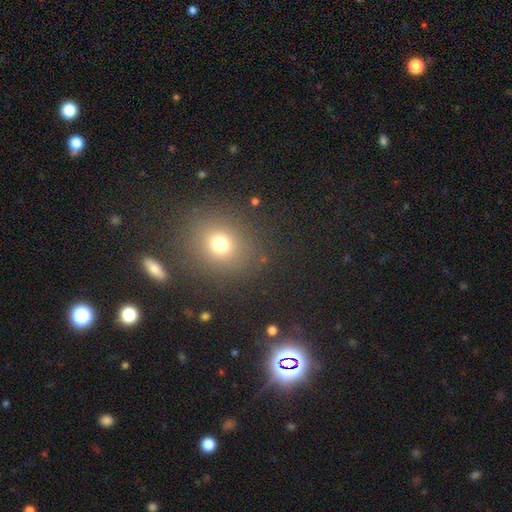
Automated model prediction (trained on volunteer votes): Smooth or featured: smooth — 56% (star or artifact — 35%)
How rounded: round — 78% (in between — 21%)
Merging: none — 87% (minor disturbance — 7%)